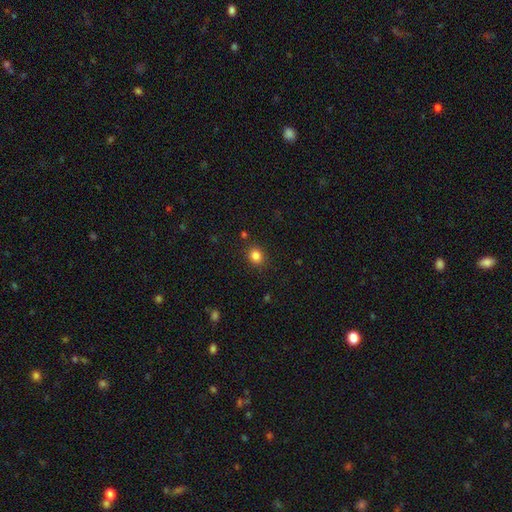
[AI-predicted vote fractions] Smooth or featured? smooth (84%)
How rounded? round (72%)
Merging? none (87%)